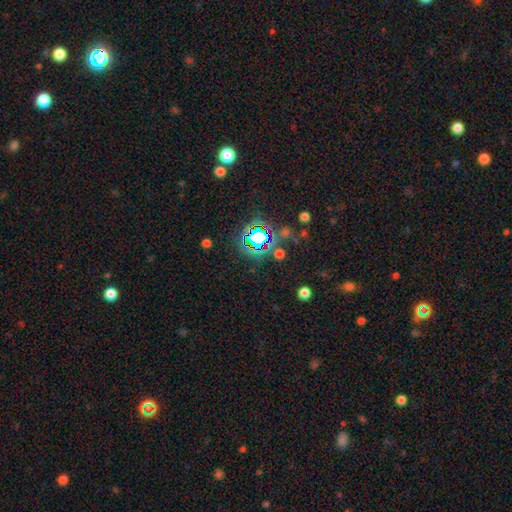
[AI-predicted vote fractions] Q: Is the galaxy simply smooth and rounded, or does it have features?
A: star or artifact — 78%.